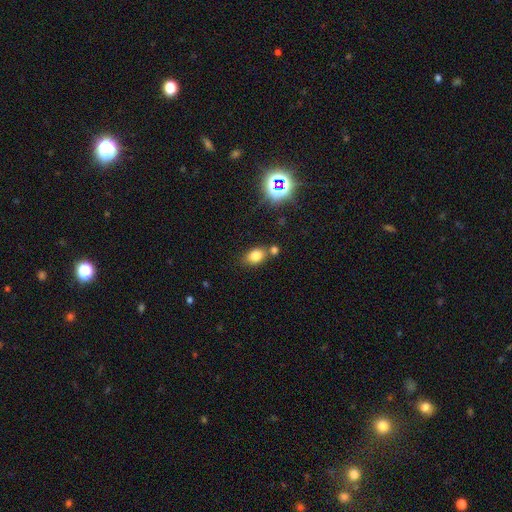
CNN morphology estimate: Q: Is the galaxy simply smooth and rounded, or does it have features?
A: smooth — 77%.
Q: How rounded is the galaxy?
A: in between — 75%.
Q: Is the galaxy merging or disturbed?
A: none — 63%.